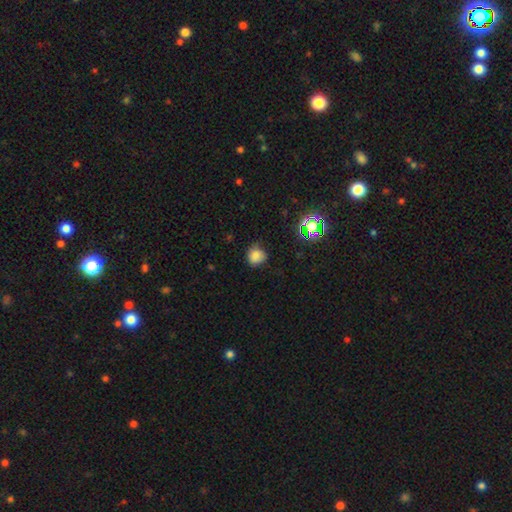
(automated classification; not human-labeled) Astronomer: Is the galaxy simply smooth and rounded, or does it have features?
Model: smooth — 79%.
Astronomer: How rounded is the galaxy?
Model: round — 82%.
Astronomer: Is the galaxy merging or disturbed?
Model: none — 68%.